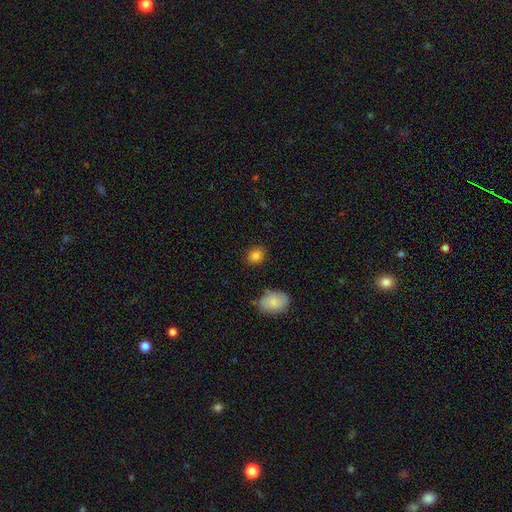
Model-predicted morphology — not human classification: This is clearly a smooth galaxy (85%). How rounded: likely round (69%). Merging: clearly none (84%).